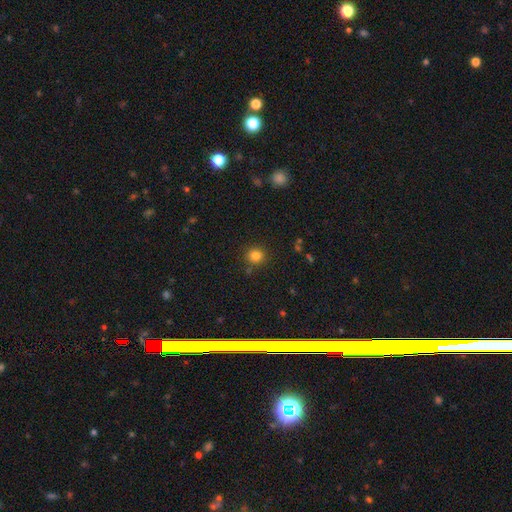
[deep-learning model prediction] Smooth or featured: smooth — 81% (star or artifact — 13%)
How rounded: round — 88% (in between — 11%)
Merging: none — 86% (minor disturbance — 8%)